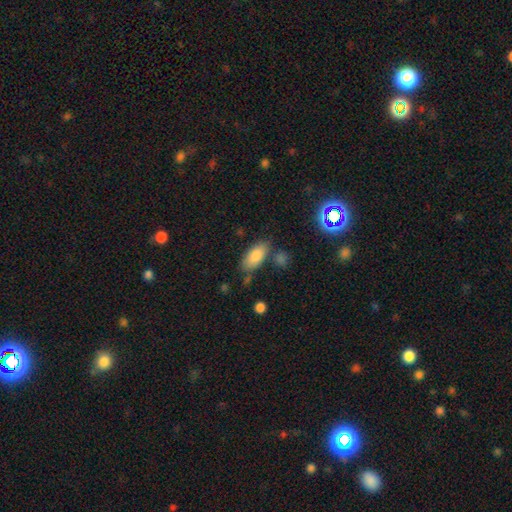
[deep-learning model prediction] smooth_or_featured: smooth (p=0.83) [alt: featured or disk p=0.09]
how_rounded: in between (p=0.88) [alt: cigar-shaped p=0.09]
merging: none (p=0.72) [alt: minor disturbance p=0.16]